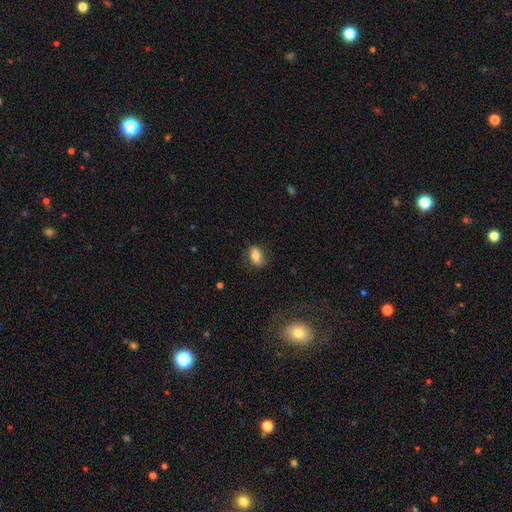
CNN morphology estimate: smooth_or_featured: smooth (p=0.76) [alt: featured or disk p=0.15]
how_rounded: in between (p=0.81) [alt: round p=0.17]
merging: none (p=0.79) [alt: minor disturbance p=0.15]